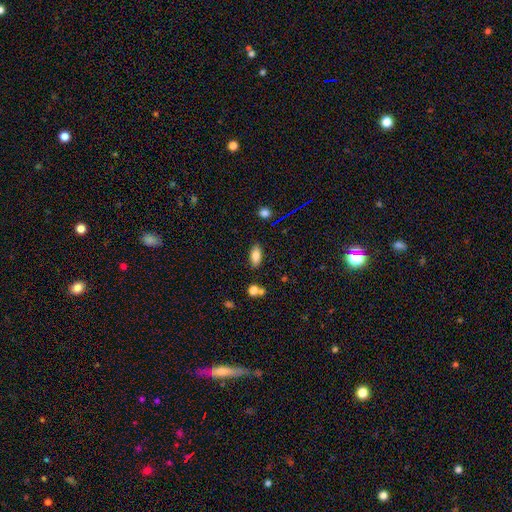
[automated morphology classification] This appears to be a smooth galaxy with no disk features (81%) that is in between round and cigar-shaped (86%). Merging: none (83%).